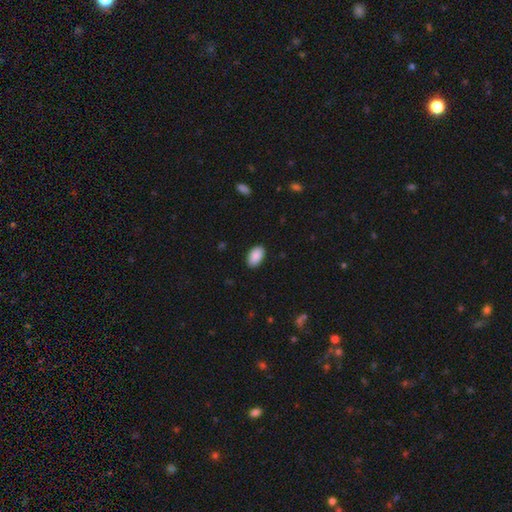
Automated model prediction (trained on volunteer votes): Smooth or featured: smooth — 90% (star or artifact — 6%)
How rounded: in between — 95% (round — 4%)
Merging: none — 89% (minor disturbance — 8%)